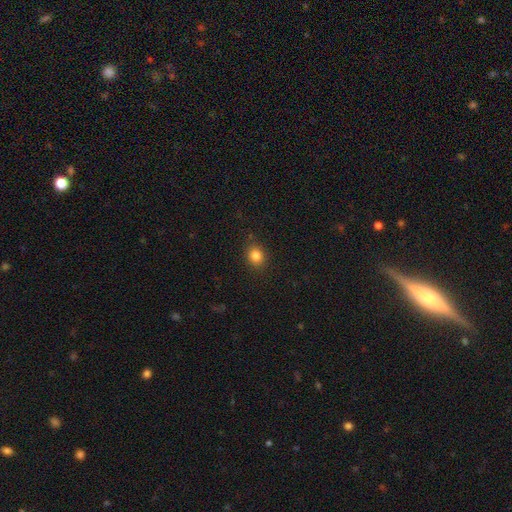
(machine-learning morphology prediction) This appears to be a smooth galaxy with no disk features (84%) that is round (63%). Merging: none (87%).